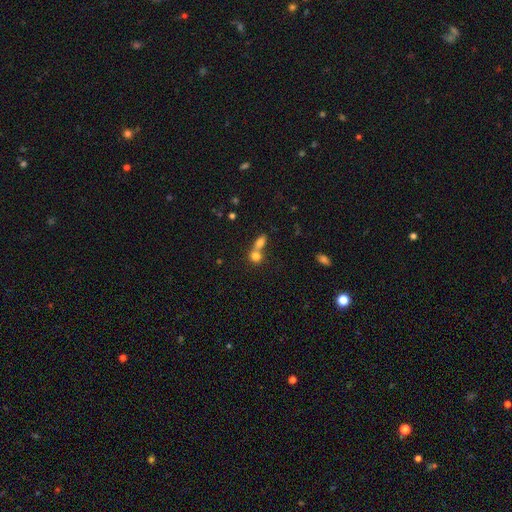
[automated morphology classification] The model was most divided on "how rounded": round: 63%, in between: 34%, cigar-shaped: 3%. More confident: smooth or featured — smooth (78%); merging — merger (61%).